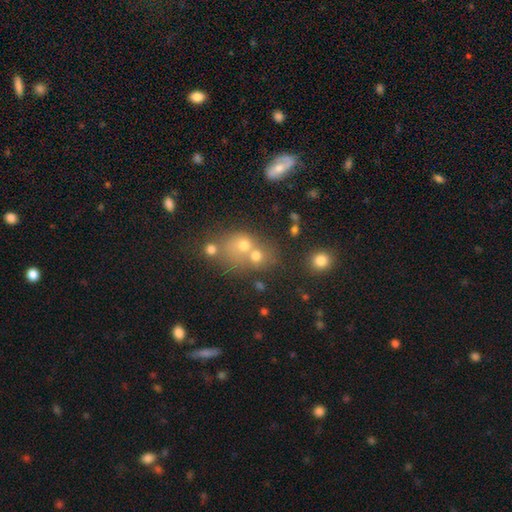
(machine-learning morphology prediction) A smooth galaxy with no disk features (66%) that is round (72%). Merging: merger (53%).